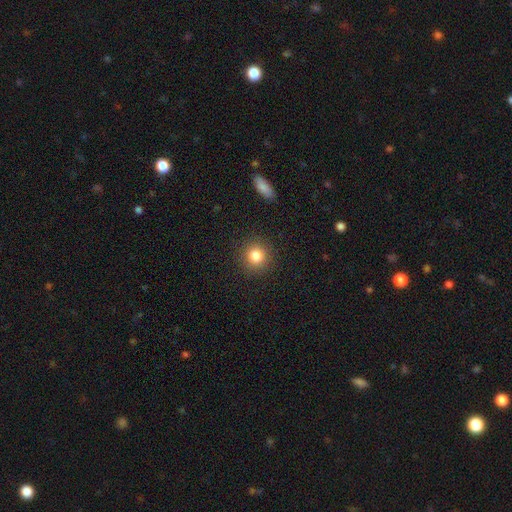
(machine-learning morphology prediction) Smooth or featured: smooth — 83% (star or artifact — 11%)
How rounded: round — 93% (in between — 6%)
Merging: none — 90% (minor disturbance — 6%)